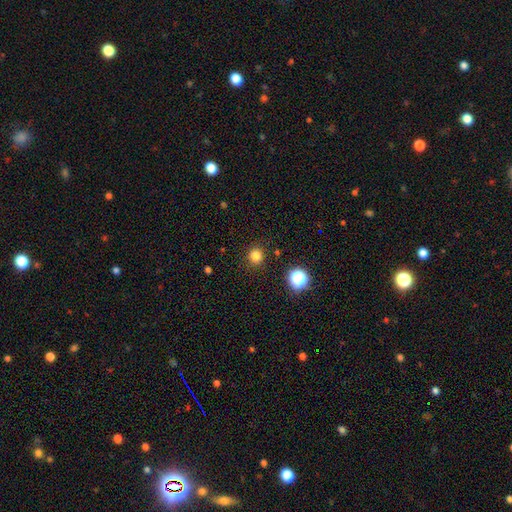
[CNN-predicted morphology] Smooth or featured?
  - smooth: 80% *
  - star or artifact: 15%
  - featured or disk: 5%
How rounded?
  - round: 92% *
  - in between: 7%
  - cigar-shaped: 1%
Merging?
  - none: 90% *
  - minor disturbance: 6%
  - major disturbance: 2%
  - merger: 2%